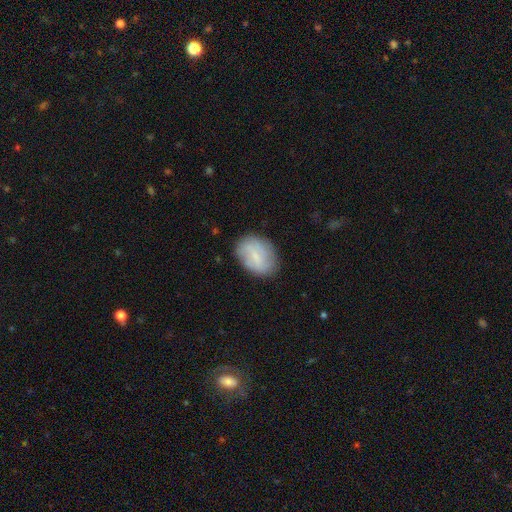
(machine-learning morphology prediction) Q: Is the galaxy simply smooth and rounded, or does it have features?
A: smooth — 53%.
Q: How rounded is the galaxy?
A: in between — 76%.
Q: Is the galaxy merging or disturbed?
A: none — 77%.